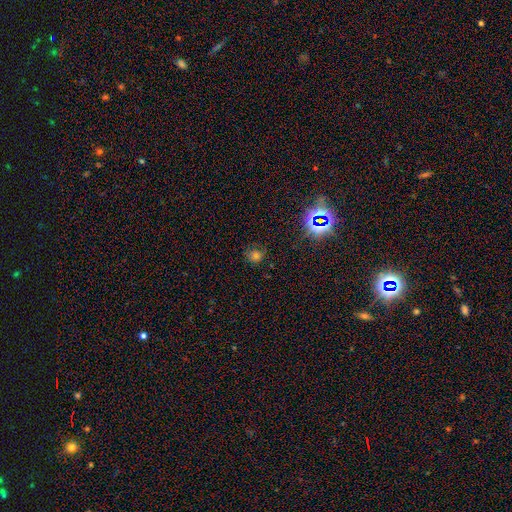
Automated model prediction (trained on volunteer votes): This is likely a smooth galaxy (64%). How rounded: clearly round (85%). Merging: likely none (73%).